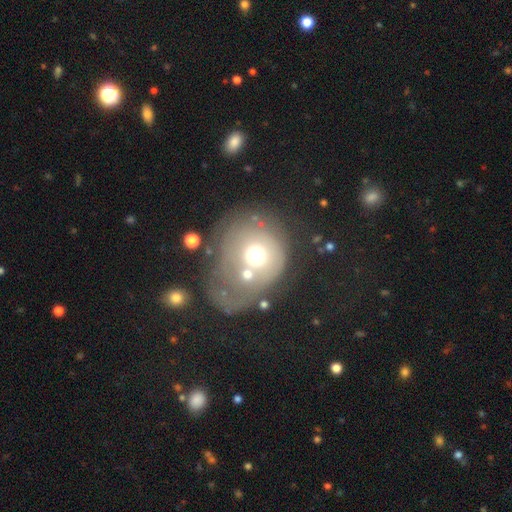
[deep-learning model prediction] This appears to be a smooth galaxy with no disk features (50%). Merging: none (35%).